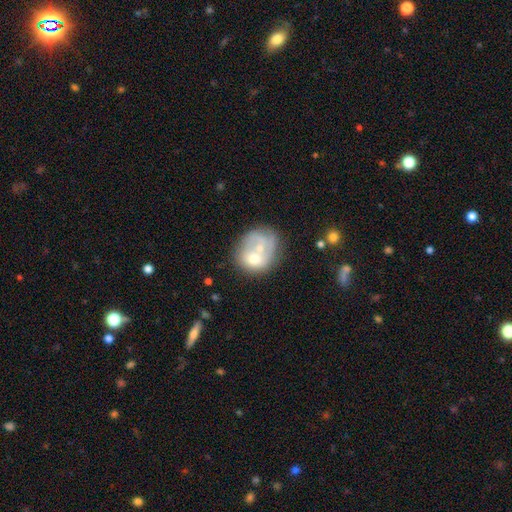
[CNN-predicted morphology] Smooth or featured: smooth — 47% (featured or disk — 45%)
Merging: merger — 52% (none — 24%)